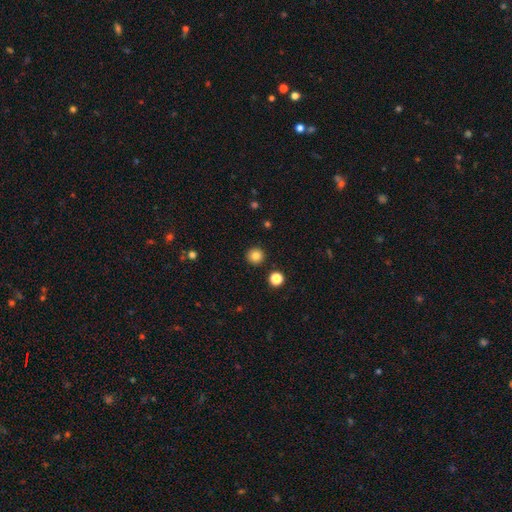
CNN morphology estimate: smooth 83%, star or artifact 12%, featured or disk 6%. Down the decision tree: how rounded — round (95%); merging — none (92%).